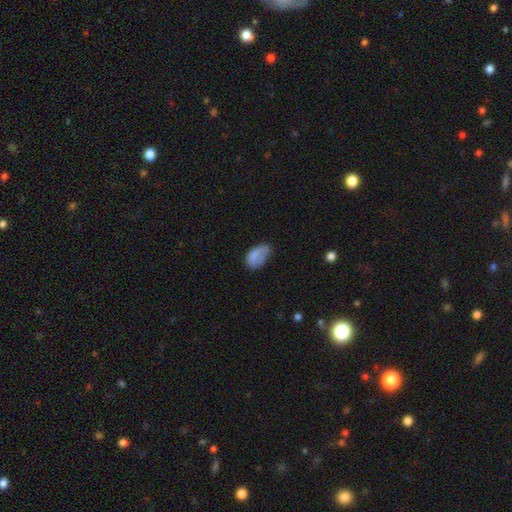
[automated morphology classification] Smooth or featured: smooth — 71% (featured or disk — 20%)
How rounded: in between — 92% (round — 6%)
Merging: none — 38% (minor disturbance — 35%)